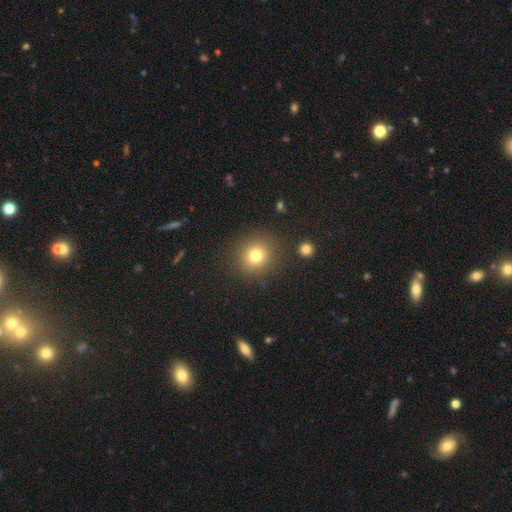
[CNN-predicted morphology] Q: Smooth or featured?
A: smooth (77%); runner-up: star or artifact (14%)
Q: How rounded?
A: round (89%); runner-up: in between (10%)
Q: Merging?
A: none (87%); runner-up: minor disturbance (7%)